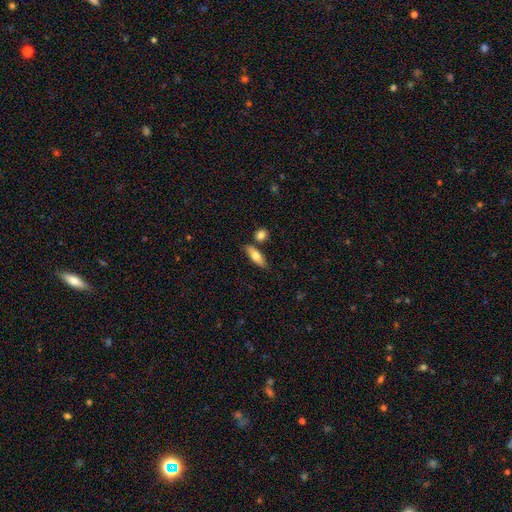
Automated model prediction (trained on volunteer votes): Overall: smooth (68%). How rounded: in between (61%; cigar-shaped 35%). Merging: none (74%).